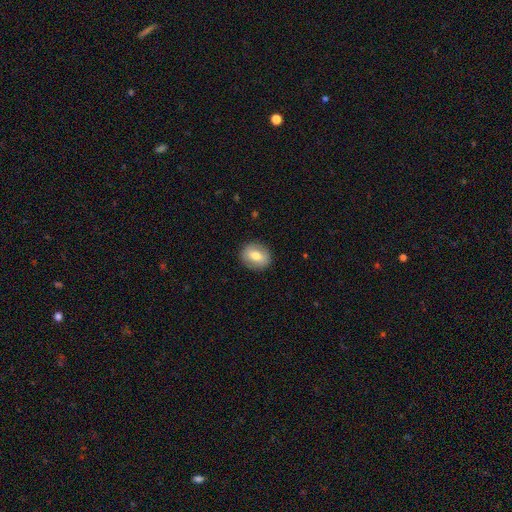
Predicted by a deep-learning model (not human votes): This appears to be a smooth galaxy with no disk features (67%) that is round (56%). Merging: none (88%).